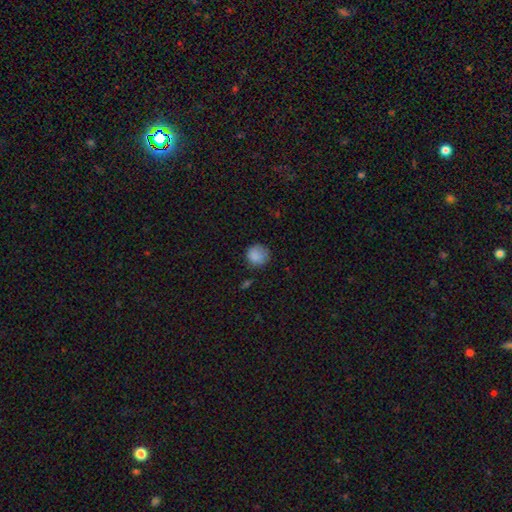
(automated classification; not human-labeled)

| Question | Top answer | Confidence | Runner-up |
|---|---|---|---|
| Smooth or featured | smooth | 85% | star or artifact (9%) |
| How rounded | round | 87% | in between (12%) |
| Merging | none | 71% | minor disturbance (22%) |